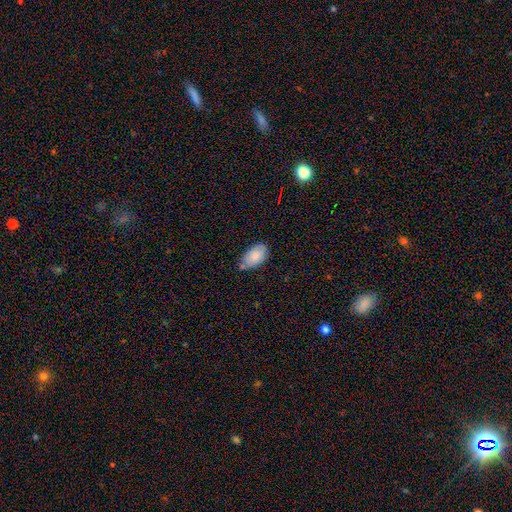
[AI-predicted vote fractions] Q: Smooth or featured?
A: smooth (81%); runner-up: featured or disk (12%)
Q: How rounded?
A: in between (93%); runner-up: round (5%)
Q: Merging?
A: none (61%); runner-up: minor disturbance (29%)